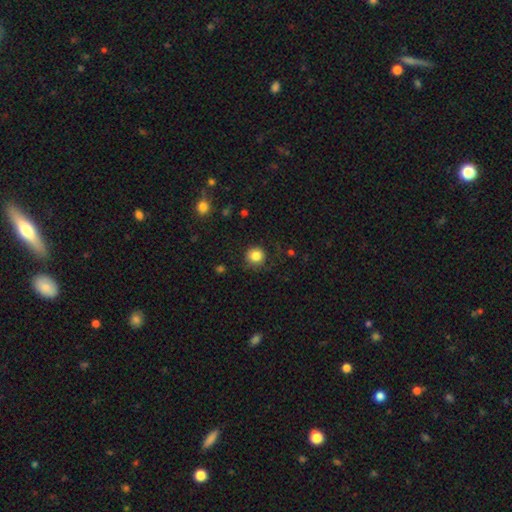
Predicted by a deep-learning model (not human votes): Smooth or featured? Predicted: smooth (p=0.84). How rounded? Predicted: round (p=0.93). Merging? Predicted: none (p=0.83).